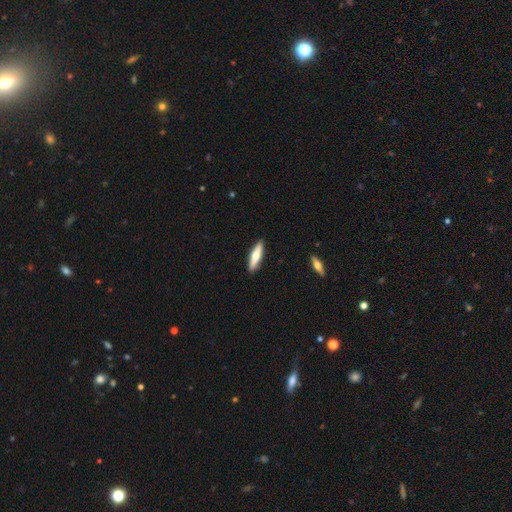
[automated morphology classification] smooth-or-featured: smooth: 61% | featured or disk: 33% | star or artifact: 6%
  how-rounded: cigar-shaped: 77% | in between: 21% | round: 1%
  merging: none: 89% | minor disturbance: 8% | major disturbance: 2% | merger: 1%